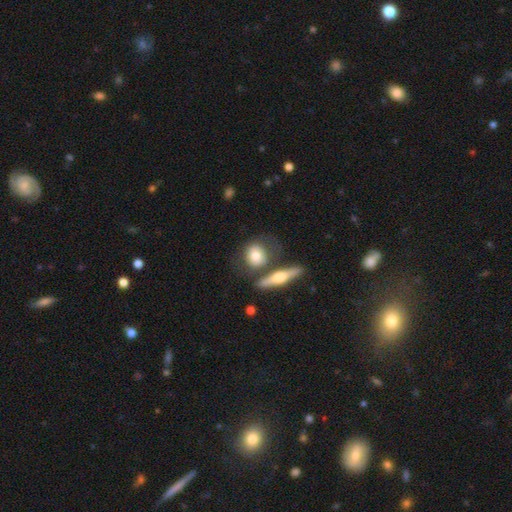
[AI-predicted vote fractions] Smooth or featured? Predicted: smooth (p=0.66). How rounded? Predicted: round (p=0.54). Merging? Predicted: none (p=0.57).